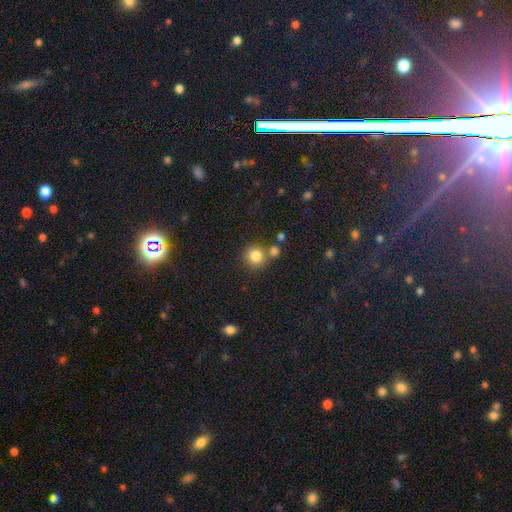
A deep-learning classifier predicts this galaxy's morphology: This appears to be a smooth galaxy with no disk features (82%) that is round (91%). Merging: none (68%).